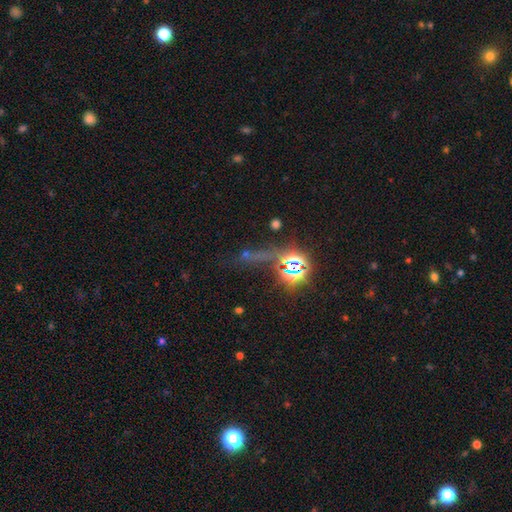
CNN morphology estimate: Smooth or featured? Predicted: star or artifact (p=0.72).